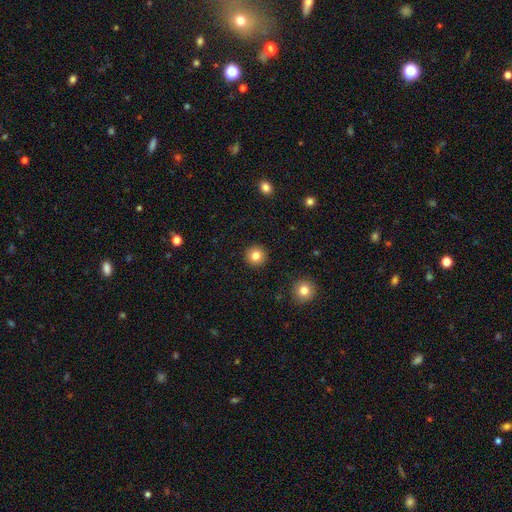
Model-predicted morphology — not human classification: Smooth or featured?
  - smooth: 81% *
  - star or artifact: 11%
  - featured or disk: 8%
How rounded?
  - round: 96% *
  - in between: 3%
  - cigar-shaped: 1%
Merging?
  - none: 92% *
  - minor disturbance: 5%
  - major disturbance: 2%
  - merger: 1%